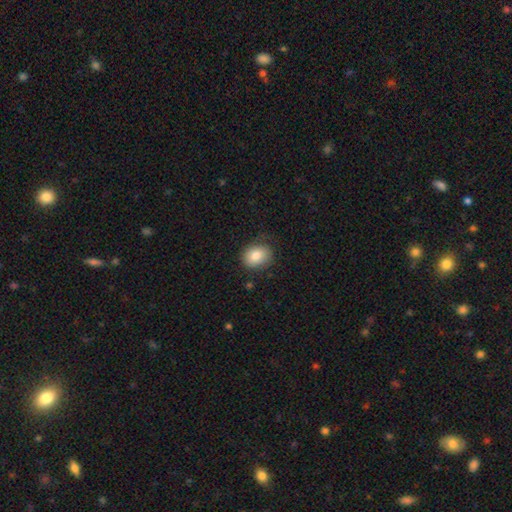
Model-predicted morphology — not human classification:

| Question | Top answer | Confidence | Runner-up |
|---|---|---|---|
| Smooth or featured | smooth | 82% | featured or disk (9%) |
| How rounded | round | 53% | in between (46%) |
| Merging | none | 72% | minor disturbance (21%) |